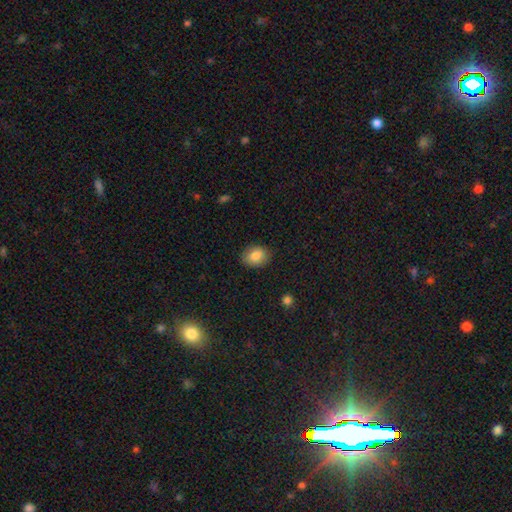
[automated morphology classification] This is clearly a smooth galaxy (84%). How rounded: likely in between (61%). Merging: clearly none (86%).